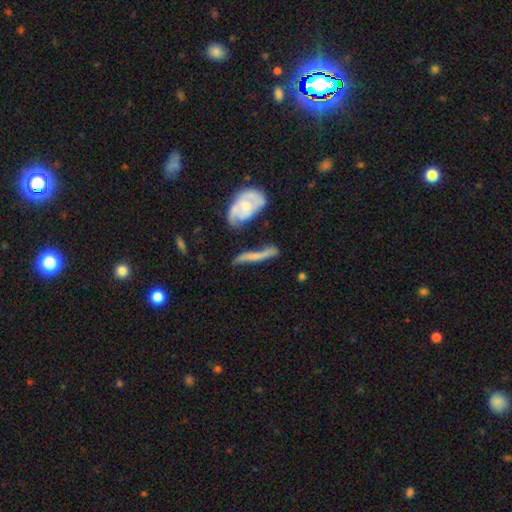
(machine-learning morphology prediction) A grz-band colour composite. It shows a featured or disk galaxy (55%) viewed edge-on (50%, tied with no). Merging: none (49%).